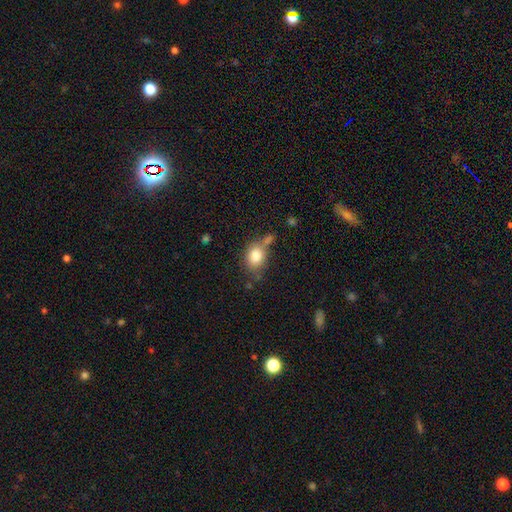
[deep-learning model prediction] smooth-or-featured: smooth: 81% | featured or disk: 10% | star or artifact: 9%
  how-rounded: in between: 56% | round: 42% | cigar-shaped: 1%
  merging: none: 54% | minor disturbance: 20% | merger: 18% | major disturbance: 7%